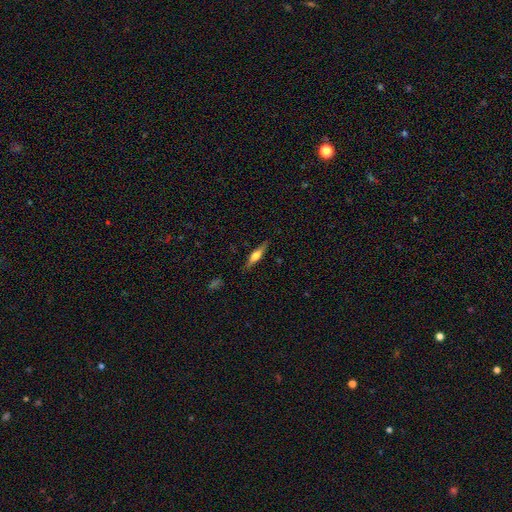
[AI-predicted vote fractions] Smooth or featured? Predicted: featured or disk (p=0.52). Edge-on disk? Predicted: yes (p=0.94). Merging? Predicted: none (p=0.86).